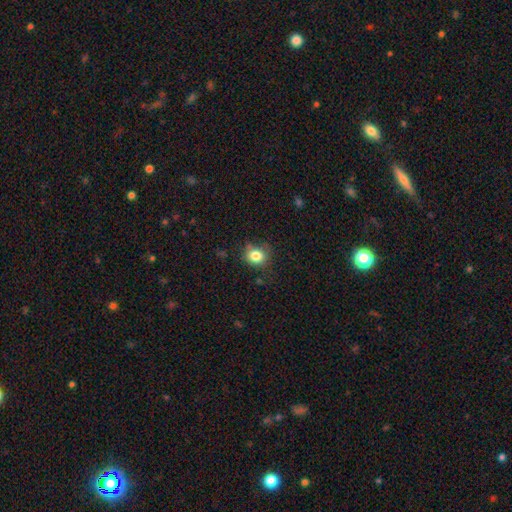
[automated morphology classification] A smooth galaxy with no disk features (81%) that is round (72%). Merging: none (71%).